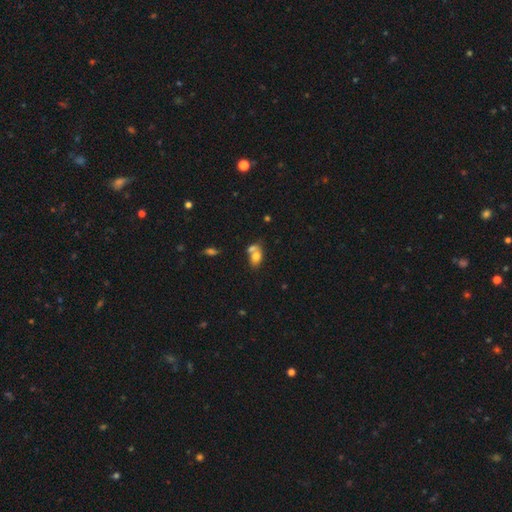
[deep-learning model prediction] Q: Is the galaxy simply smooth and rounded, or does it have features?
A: smooth — 72%.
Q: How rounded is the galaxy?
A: in between — 80%.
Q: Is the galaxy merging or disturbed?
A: merger — 48%.